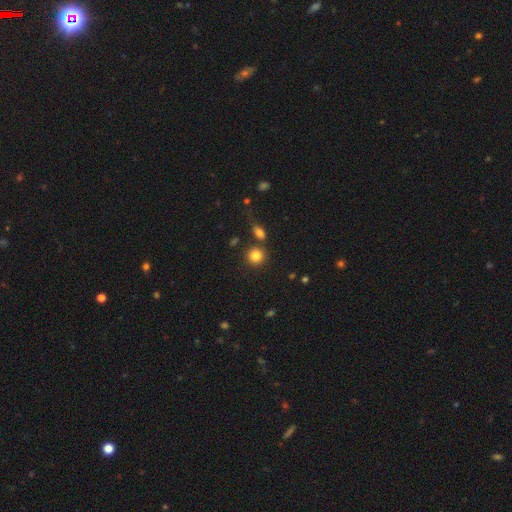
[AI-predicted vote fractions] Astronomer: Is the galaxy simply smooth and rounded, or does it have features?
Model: smooth — 82%.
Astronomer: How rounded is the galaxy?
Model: round — 87%.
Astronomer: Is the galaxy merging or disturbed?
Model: none — 74%.